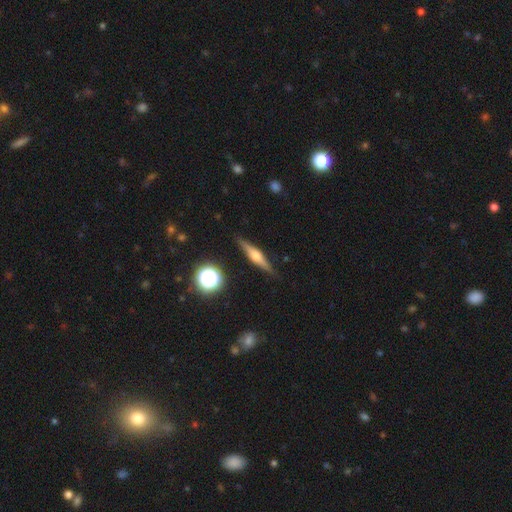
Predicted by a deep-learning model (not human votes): This appears to be a featured or disk galaxy (68%) viewed edge-on (97%) with a rounded central bulge (91%). Merging: none (89%).